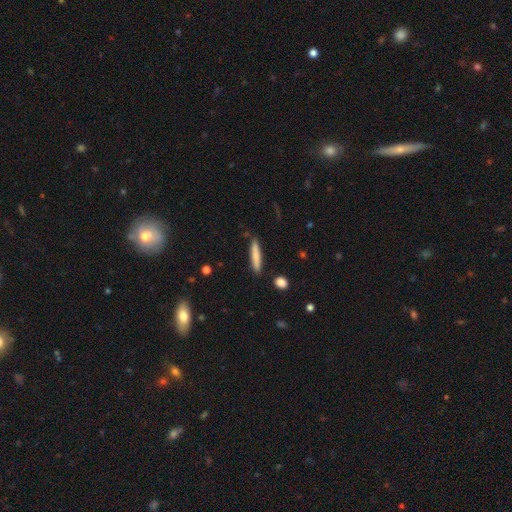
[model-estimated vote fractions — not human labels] Smooth or featured?
  - smooth: 75% *
  - featured or disk: 19%
  - star or artifact: 6%
How rounded?
  - cigar-shaped: 91% *
  - in between: 8%
  - round: 1%
Merging?
  - none: 87% *
  - minor disturbance: 10%
  - merger: 2%
  - major disturbance: 2%